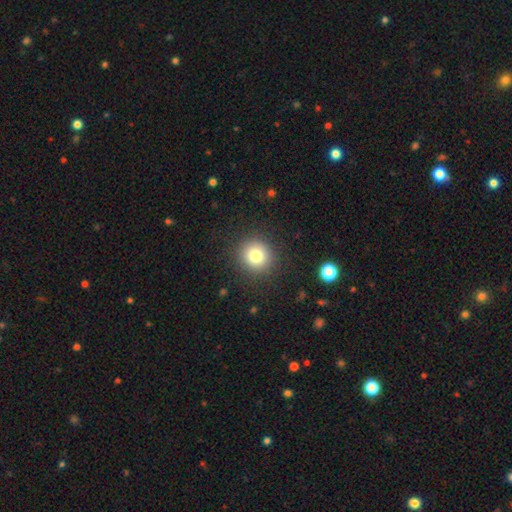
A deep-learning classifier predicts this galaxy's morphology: Smooth or featured: smooth — 79% (star or artifact — 12%)
How rounded: round — 91% (in between — 8%)
Merging: none — 90% (minor disturbance — 6%)